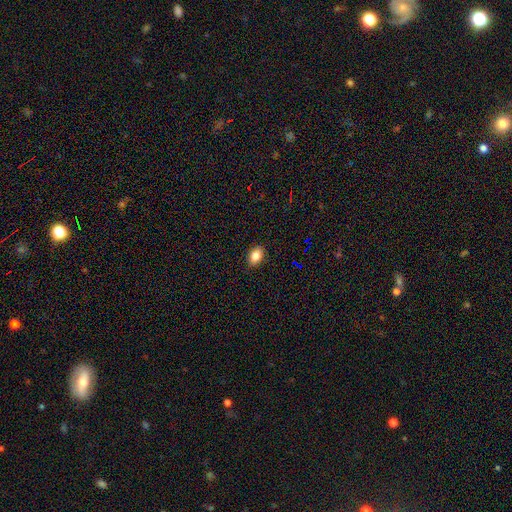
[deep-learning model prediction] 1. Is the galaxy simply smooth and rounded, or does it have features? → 84% smooth, 9% star or artifact, 7% featured or disk.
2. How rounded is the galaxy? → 86% in between, 12% round, 2% cigar-shaped.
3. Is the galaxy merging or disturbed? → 89% none, 8% minor disturbance, 2% major disturbance, 1% merger.